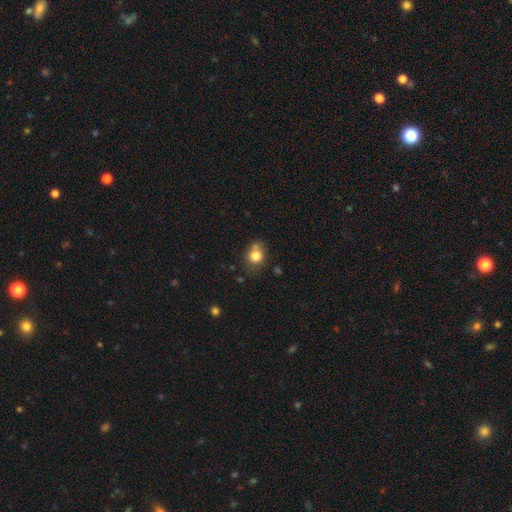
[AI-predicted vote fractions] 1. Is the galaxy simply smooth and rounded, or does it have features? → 79% smooth, 11% star or artifact, 10% featured or disk.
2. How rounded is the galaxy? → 61% round, 38% in between, 1% cigar-shaped.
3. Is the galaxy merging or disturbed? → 59% none, 23% minor disturbance, 11% merger, 7% major disturbance.